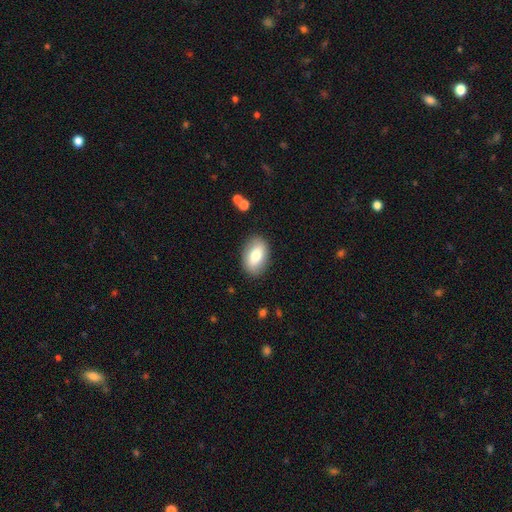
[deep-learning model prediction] smooth 75%, featured or disk 18%, star or artifact 7%. Down the decision tree: how rounded — in between (88%); merging — none (86%).